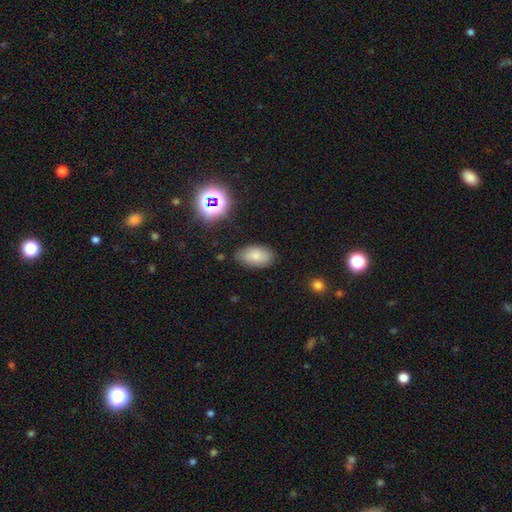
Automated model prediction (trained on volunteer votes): Overall: smooth (79%). How rounded: in between (93%). Merging: none (79%).